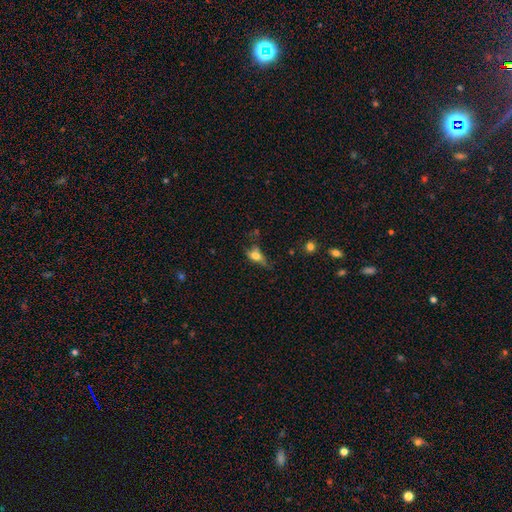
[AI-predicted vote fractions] Morphology: type=smooth (60%); roundness=in between (70%); merging=none (40%).